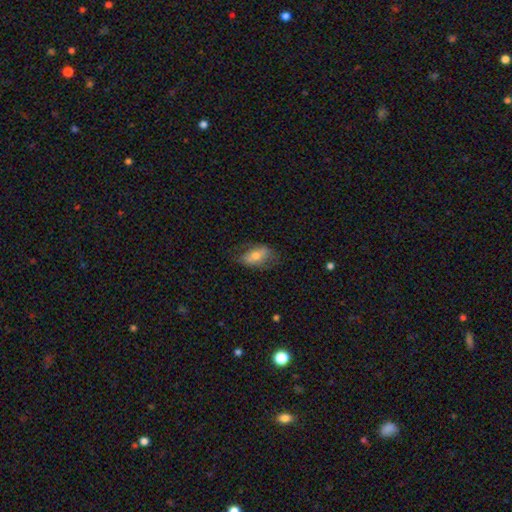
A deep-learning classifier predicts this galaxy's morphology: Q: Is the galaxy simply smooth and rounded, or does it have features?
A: smooth — 64%.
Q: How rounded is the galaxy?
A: in between — 89%.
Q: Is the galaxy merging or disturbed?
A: none — 65%.